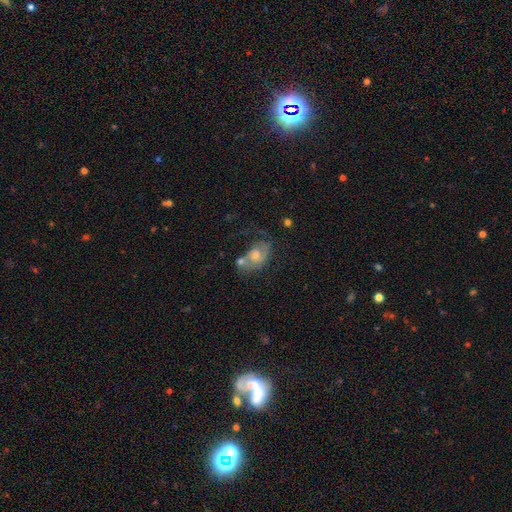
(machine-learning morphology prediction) This is likely a featured or disk galaxy (60%). It is clearly not viewed edge-on (97%). Bar: likely no (75%). Spiral arm pattern: likely yes (77%). Central bulge: possibly moderate (53%). Merging: marginally none (32%).